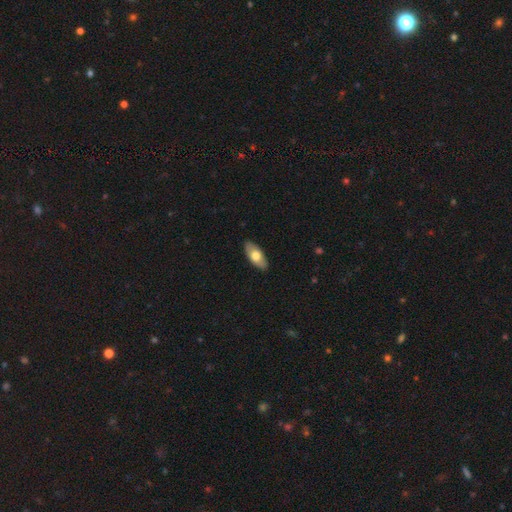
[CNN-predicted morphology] A smooth galaxy with no disk features (65%) that is in between round and cigar-shaped (88%).

Vote fractions:
- Smooth or featured? smooth: 65% / featured or disk: 30% / star or artifact: 5%
- How rounded? in between: 88% / cigar-shaped: 9% / round: 3%
- Merging? none: 88% / minor disturbance: 9% / major disturbance: 2% / merger: 1%